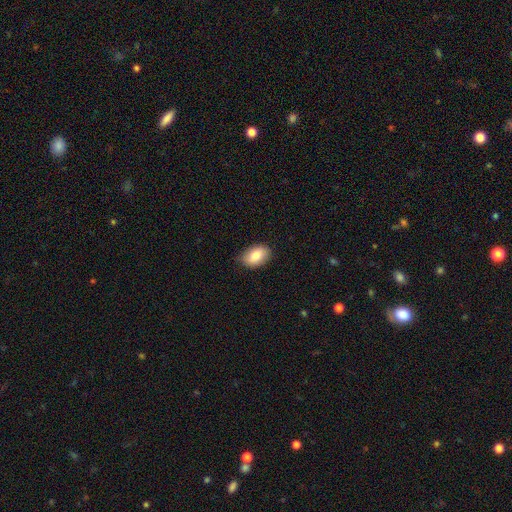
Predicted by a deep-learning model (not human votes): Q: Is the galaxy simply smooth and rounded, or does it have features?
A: smooth — 83%.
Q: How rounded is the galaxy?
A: in between — 89%.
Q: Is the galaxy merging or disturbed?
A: none — 79%.